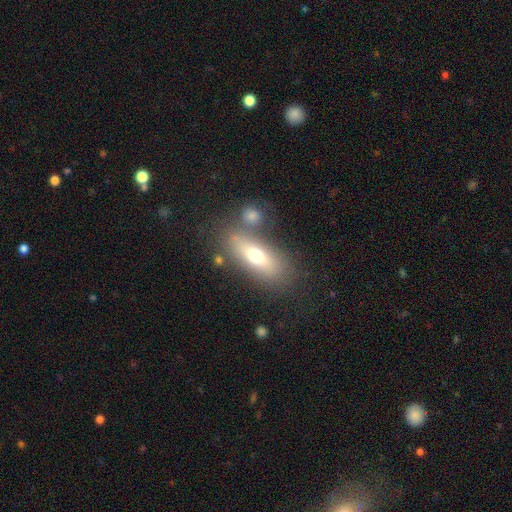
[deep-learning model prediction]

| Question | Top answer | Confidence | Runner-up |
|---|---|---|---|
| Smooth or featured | smooth | 64% | featured or disk (27%) |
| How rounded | in between | 69% | cigar-shaped (26%) |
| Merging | none | 68% | minor disturbance (13%) |